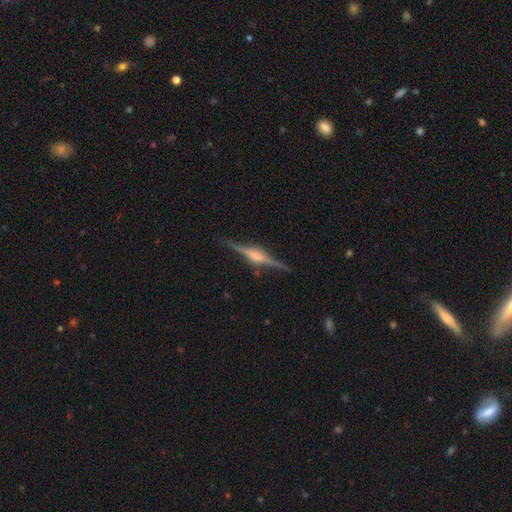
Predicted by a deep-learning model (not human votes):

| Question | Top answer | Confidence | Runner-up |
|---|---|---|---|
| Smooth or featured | featured or disk | 84% | smooth (10%) |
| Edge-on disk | yes | 98% | no (2%) |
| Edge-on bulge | rounded | 76% | boxy (19%) |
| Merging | none | 87% | minor disturbance (10%) |